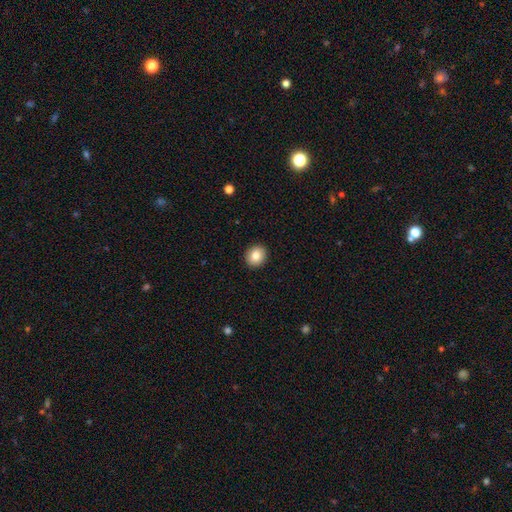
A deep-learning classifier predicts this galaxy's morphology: Overall: smooth (84%). How rounded: round (76%). Merging: none (92%).